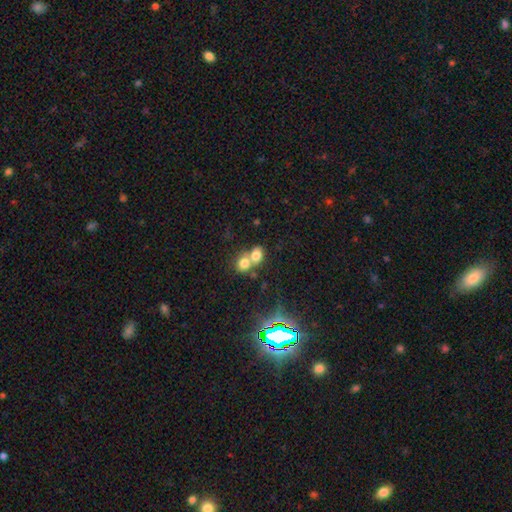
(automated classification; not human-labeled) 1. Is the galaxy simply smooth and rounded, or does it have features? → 73% smooth, 14% star or artifact, 13% featured or disk.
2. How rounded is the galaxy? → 53% round, 45% in between, 1% cigar-shaped.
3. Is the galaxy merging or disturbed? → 65% merger, 26% none, 6% minor disturbance, 3% major disturbance.